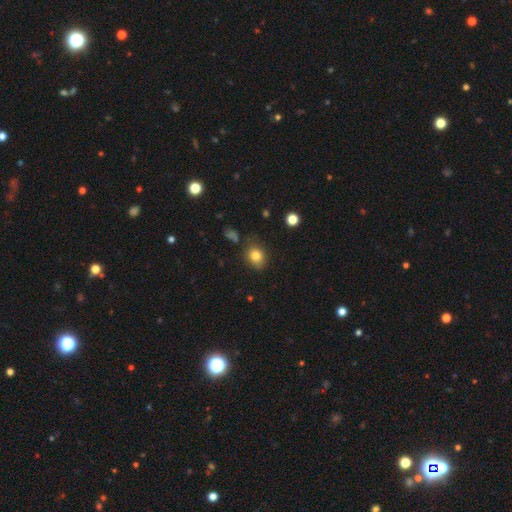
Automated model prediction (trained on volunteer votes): A smooth galaxy with no disk features (81%) that is round (60%). Merging: none (76%).